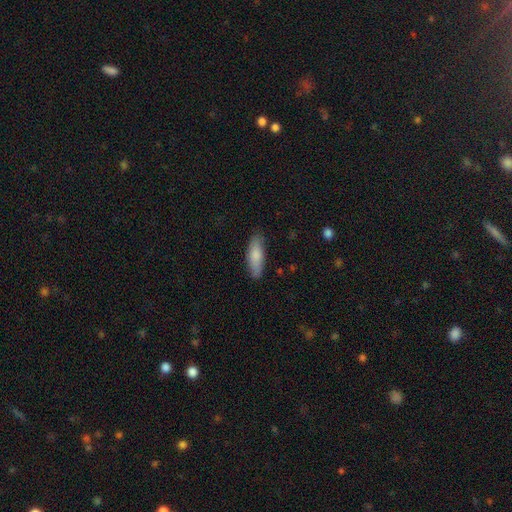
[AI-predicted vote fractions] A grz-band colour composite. It shows a smooth galaxy with no disk features (81%) that is in between round and cigar-shaped (54%). Merging: none (84%).